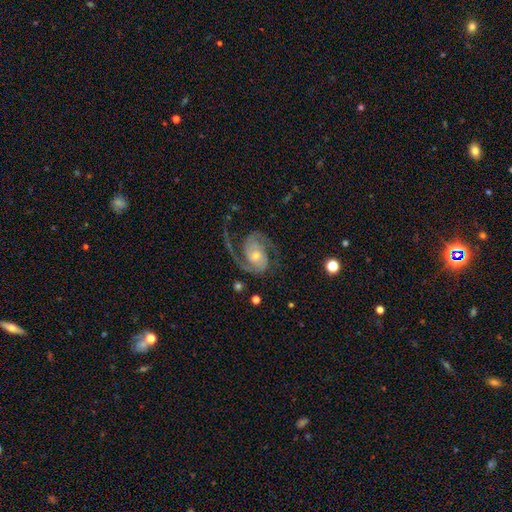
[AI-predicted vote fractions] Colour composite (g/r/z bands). It shows a featured or disk galaxy (92%) with no bar (60%), 2 (92%) medium (56%) spiral arms (98%) and a small central bulge (53%). Merging: none (71%).